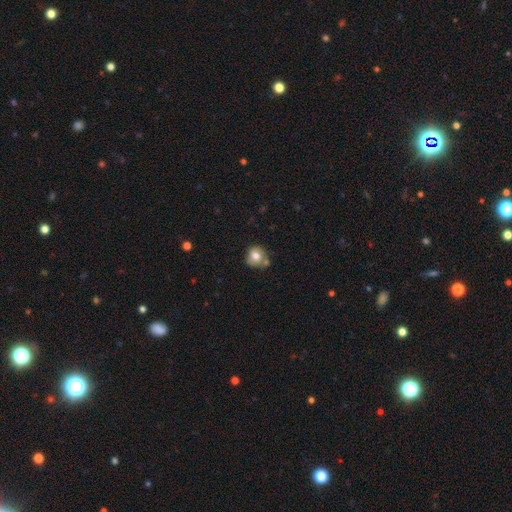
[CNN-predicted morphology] Smooth or featured? Predicted: smooth (p=0.76). How rounded? Predicted: round (p=0.81). Merging? Predicted: none (p=0.54).